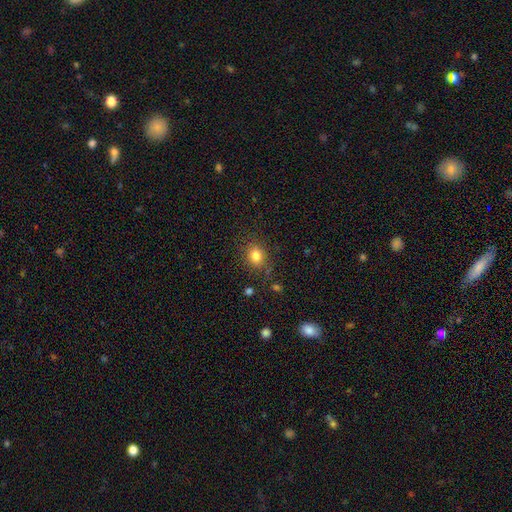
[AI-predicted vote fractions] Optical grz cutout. It shows a smooth galaxy with no disk features (82%) that is round (66%). Merging: none (82%).